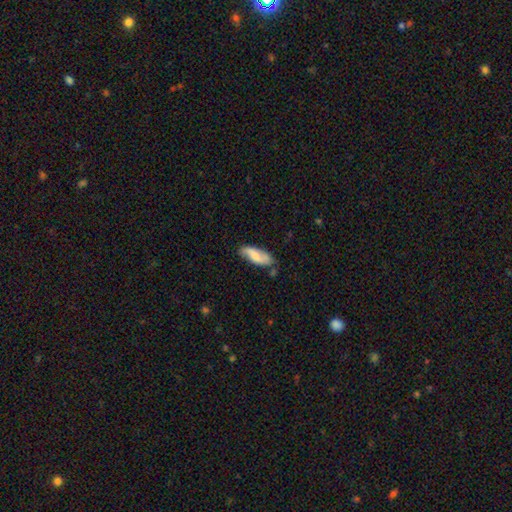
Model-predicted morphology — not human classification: A smooth galaxy with no disk features (55%) that is in between round and cigar-shaped (72%). Merging: none (69%).